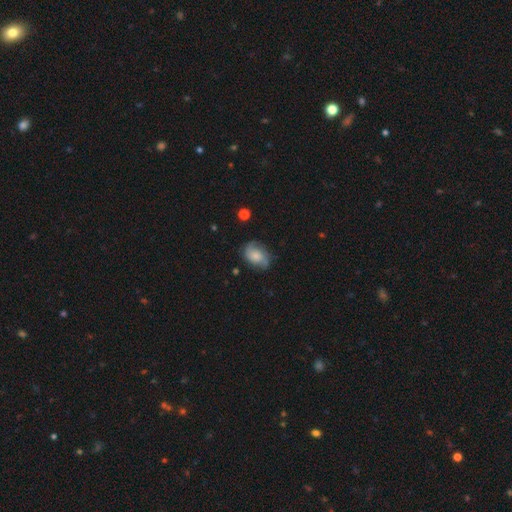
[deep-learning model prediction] This is possibly a featured or disk galaxy (47%). Merging: likely none (65%).